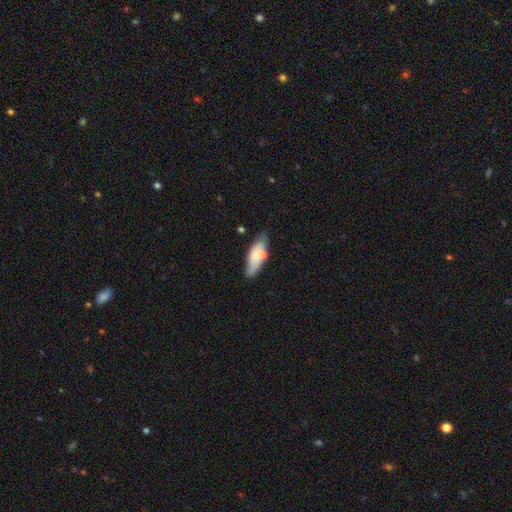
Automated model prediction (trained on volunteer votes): Smooth or featured: smooth — 68% (featured or disk — 26%)
How rounded: in between — 66% (cigar-shaped — 32%)
Merging: none — 61% (minor disturbance — 22%)